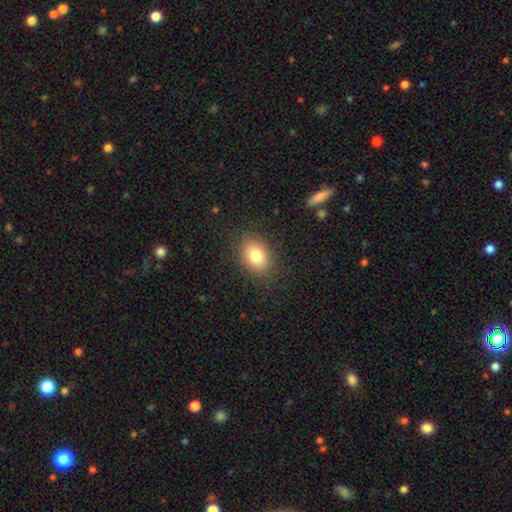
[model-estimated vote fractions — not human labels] This is clearly a smooth galaxy (80%). How rounded: likely in between (66%). Merging: clearly none (86%).